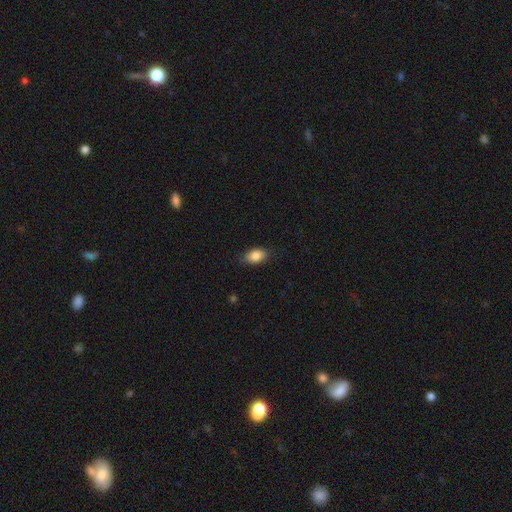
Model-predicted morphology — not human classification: type=smooth (87%); roundness=in between (88%); merging=none (81%).